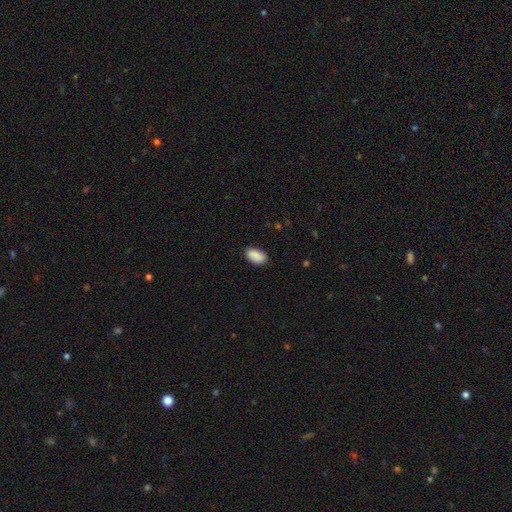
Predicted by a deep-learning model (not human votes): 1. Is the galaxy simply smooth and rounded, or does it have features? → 89% smooth, 7% star or artifact, 4% featured or disk.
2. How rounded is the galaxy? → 94% in between, 4% round, 2% cigar-shaped.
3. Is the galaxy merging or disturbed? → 86% none, 11% minor disturbance, 2% major disturbance, 1% merger.